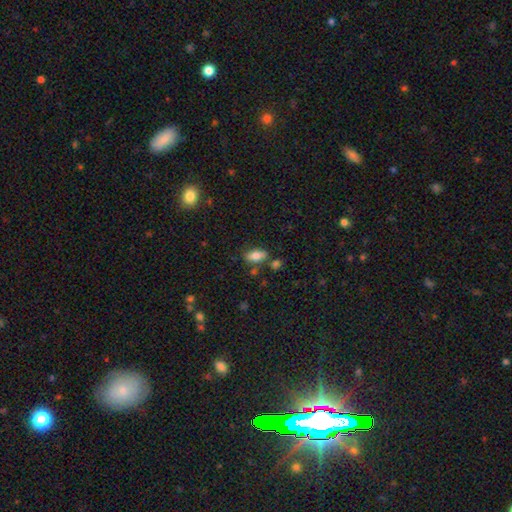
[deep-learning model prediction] smooth_or_featured: smooth (p=0.76) [alt: featured or disk p=0.16]
how_rounded: in between (p=0.87) [alt: cigar-shaped p=0.09]
merging: none (p=0.71) [alt: minor disturbance p=0.16]